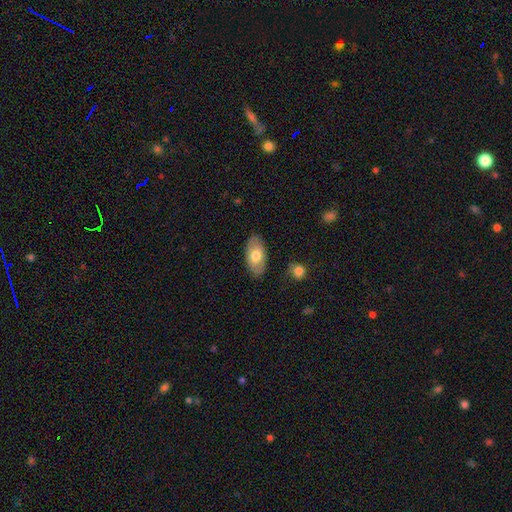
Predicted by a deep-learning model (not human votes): Smooth or featured? Predicted: smooth (p=0.69). How rounded? Predicted: in between (p=0.94). Merging? Predicted: none (p=0.84).